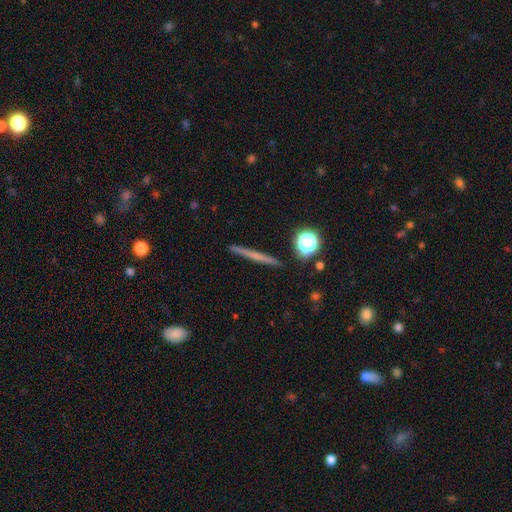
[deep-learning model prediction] A smooth galaxy with no disk features (46%). Merging: none (91%).